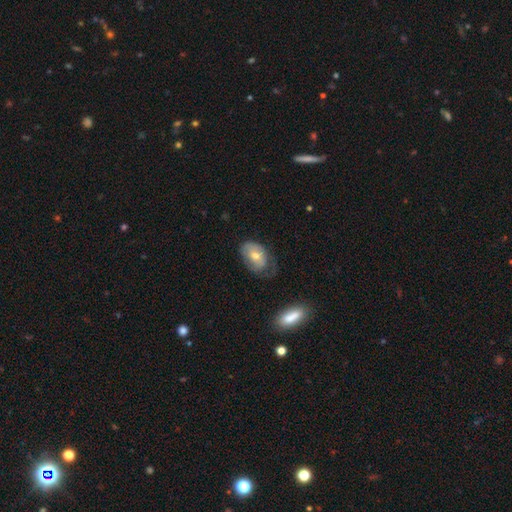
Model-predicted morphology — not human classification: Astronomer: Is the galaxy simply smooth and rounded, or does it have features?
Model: smooth — 54% (runner-up: featured or disk, 38%).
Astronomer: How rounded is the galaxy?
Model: in between — 84%.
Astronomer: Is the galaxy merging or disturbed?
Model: none — 42% (runner-up: minor disturbance, 34%).